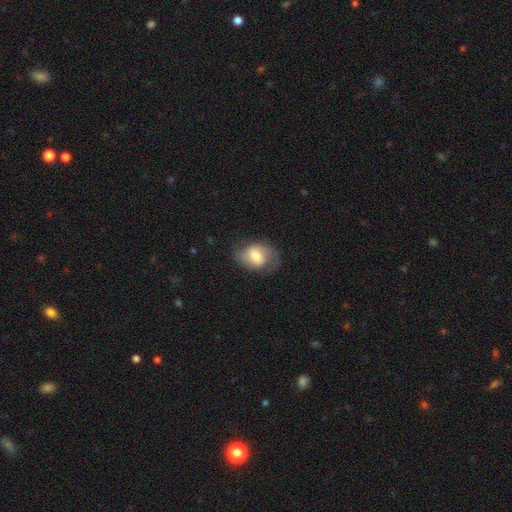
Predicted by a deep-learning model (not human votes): Smooth or featured: smooth — 49% (featured or disk — 44%)
Merging: none — 62% (minor disturbance — 23%)